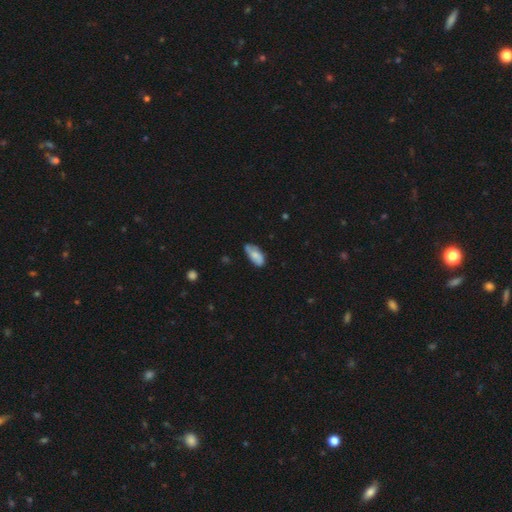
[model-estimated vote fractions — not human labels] Smooth or featured: smooth — 71% (featured or disk — 22%)
How rounded: in between — 88% (cigar-shaped — 9%)
Merging: none — 66% (minor disturbance — 27%)